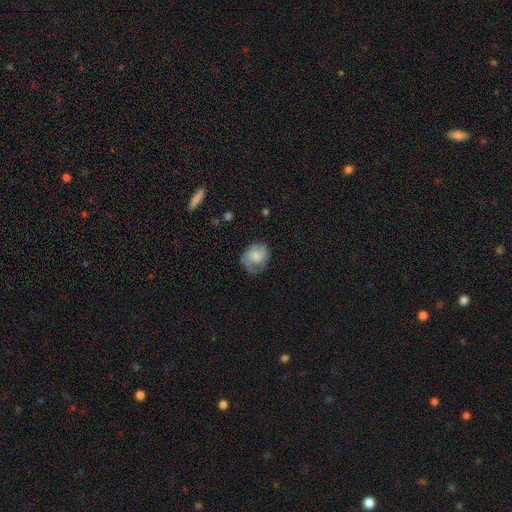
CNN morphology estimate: smooth 59%, featured or disk 33%, star or artifact 8%. Down the decision tree: how rounded — round (66%); merging — none (59%).